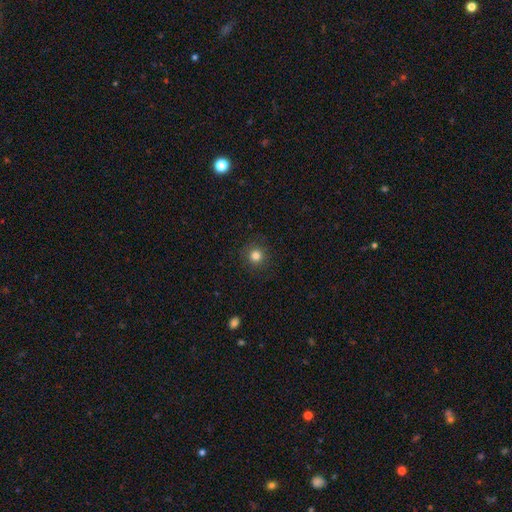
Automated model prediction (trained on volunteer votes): Smooth or featured? Predicted: smooth (p=0.83). How rounded? Predicted: round (p=0.94). Merging? Predicted: none (p=0.90).